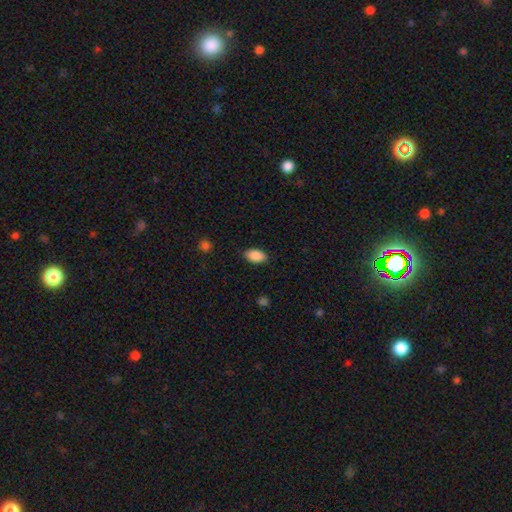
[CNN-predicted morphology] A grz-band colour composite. It shows a smooth galaxy with no disk features (89%) that is in between round and cigar-shaped (94%). Merging: none (87%).